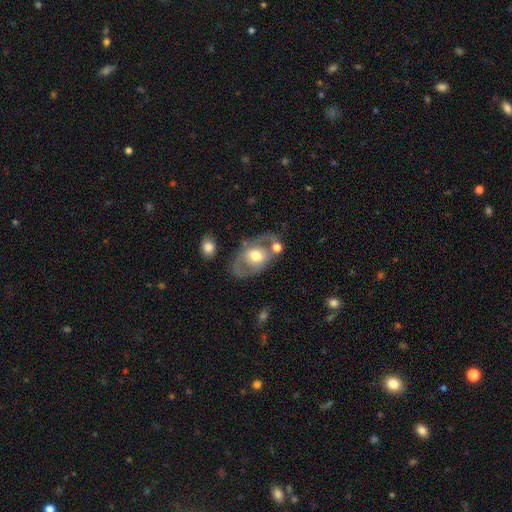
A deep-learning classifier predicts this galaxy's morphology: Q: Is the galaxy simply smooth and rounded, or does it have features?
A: featured or disk — 60%.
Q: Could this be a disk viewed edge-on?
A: no — 92%.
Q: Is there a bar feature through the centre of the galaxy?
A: no — 68%.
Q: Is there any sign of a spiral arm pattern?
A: no — 59%.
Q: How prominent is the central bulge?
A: moderate — 67%.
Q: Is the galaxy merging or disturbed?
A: none — 55%.